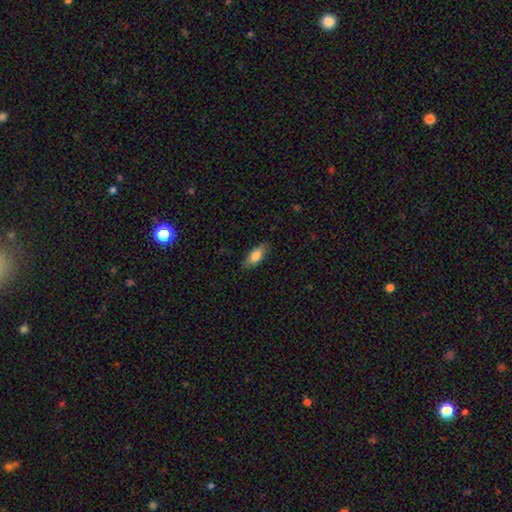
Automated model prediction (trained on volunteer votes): Q: Smooth or featured?
A: smooth (79%); runner-up: featured or disk (15%)
Q: How rounded?
A: in between (78%); runner-up: cigar-shaped (19%)
Q: Merging?
A: none (85%); runner-up: minor disturbance (11%)